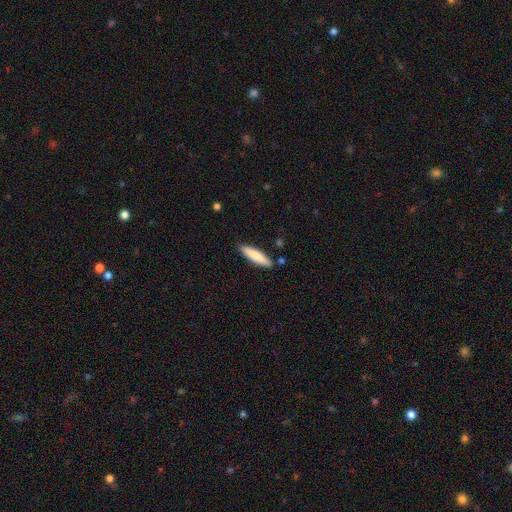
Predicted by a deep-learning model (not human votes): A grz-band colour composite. It shows a smooth galaxy with no disk features (79%) that is cigar-shaped (77%). Merging: none (86%).